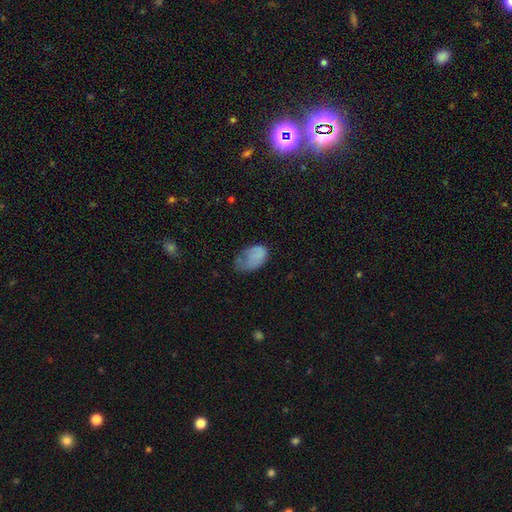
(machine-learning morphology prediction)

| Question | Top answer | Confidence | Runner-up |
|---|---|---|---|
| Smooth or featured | smooth | 73% | featured or disk (17%) |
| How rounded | in between | 88% | round (10%) |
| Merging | major disturbance | 37% | minor disturbance (36%) |